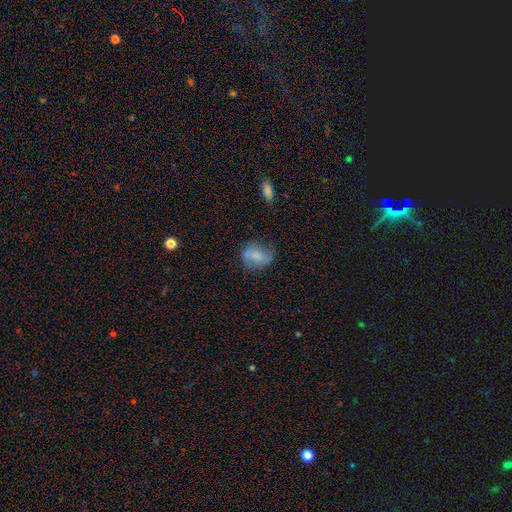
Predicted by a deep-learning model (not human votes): smooth_or_featured: smooth (p=0.59) [alt: featured or disk p=0.32]
how_rounded: in between (p=0.51) [alt: round p=0.47]
merging: none (p=0.58) [alt: minor disturbance p=0.27]